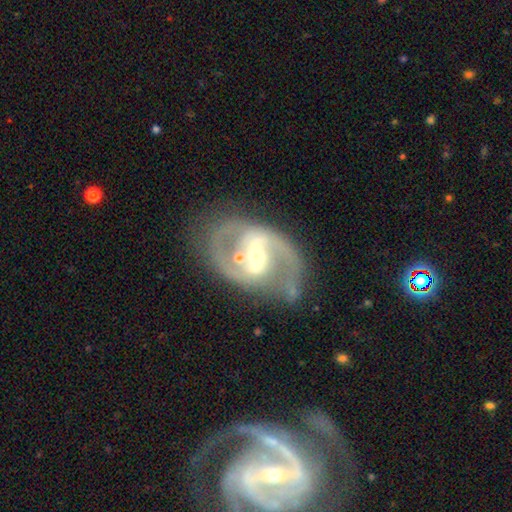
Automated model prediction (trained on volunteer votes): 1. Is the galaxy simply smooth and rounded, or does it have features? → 89% featured or disk, 5% star or artifact, 5% smooth.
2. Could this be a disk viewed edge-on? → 97% no, 3% yes.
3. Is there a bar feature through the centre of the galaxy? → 40% weak, 36% strong, 24% no.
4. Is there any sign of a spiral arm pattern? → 95% yes, 5% no.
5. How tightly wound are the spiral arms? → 59% medium, 22% loose, 19% tight.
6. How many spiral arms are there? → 91% 2, 3% can't tell, 2% 3, 2% 1, 1% 4, 1% more than 4.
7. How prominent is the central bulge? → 56% moderate, 38% small, 4% large, 1% none, 1% dominant.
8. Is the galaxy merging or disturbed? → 71% none, 15% minor disturbance, 8% major disturbance, 6% merger.